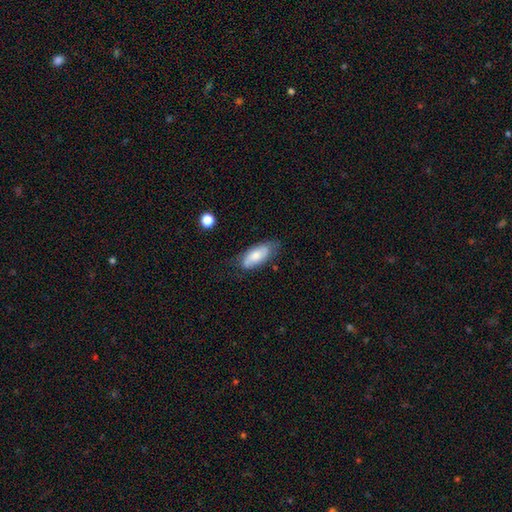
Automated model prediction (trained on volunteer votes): A smooth galaxy with no disk features (67%) that is in between round and cigar-shaped (84%).

Vote fractions:
- Smooth or featured? smooth: 67% / featured or disk: 26% / star or artifact: 7%
- How rounded? in between: 84% / cigar-shaped: 14% / round: 2%
- Merging? none: 68% / minor disturbance: 24% / major disturbance: 6% / merger: 2%